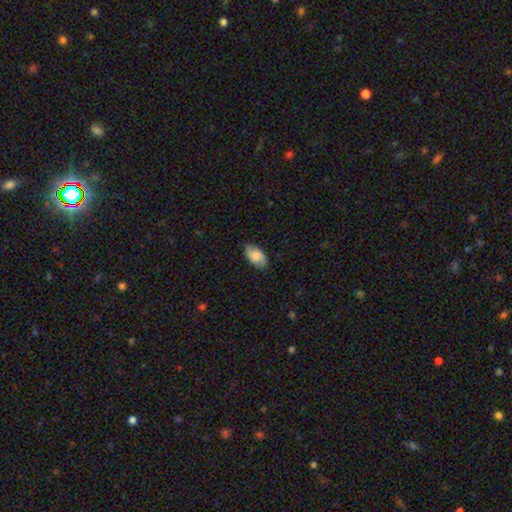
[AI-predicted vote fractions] Morphology: type=smooth (72%); roundness=in between (93%); merging=none (78%).